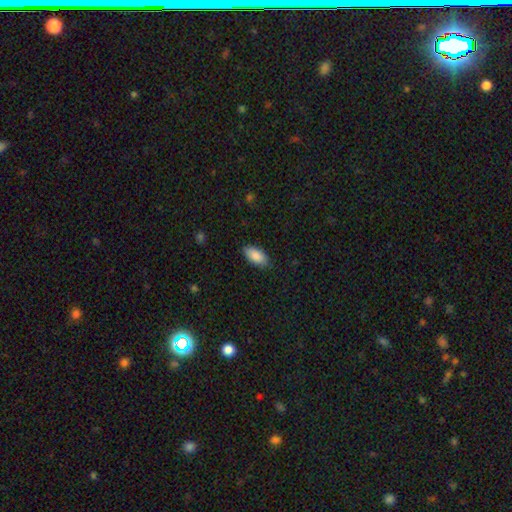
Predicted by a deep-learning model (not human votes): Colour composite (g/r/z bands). It shows a smooth galaxy with no disk features (89%) that is in between round and cigar-shaped (93%). Merging: none (86%).